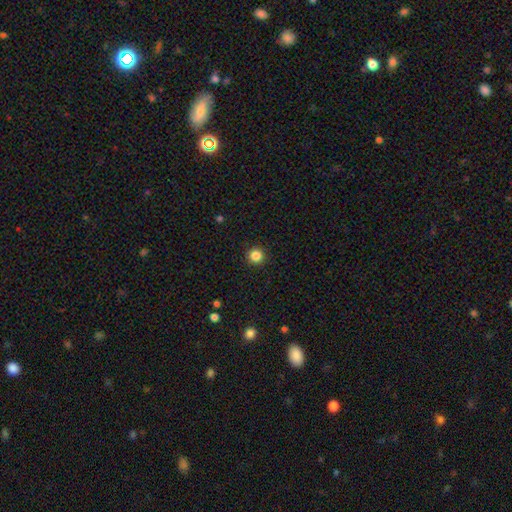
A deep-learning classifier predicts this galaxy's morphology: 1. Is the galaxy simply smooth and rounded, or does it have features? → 85% smooth, 12% star or artifact, 4% featured or disk.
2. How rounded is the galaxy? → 95% round, 4% in between, 1% cigar-shaped.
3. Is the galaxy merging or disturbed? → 93% none, 4% minor disturbance, 2% major disturbance, 1% merger.